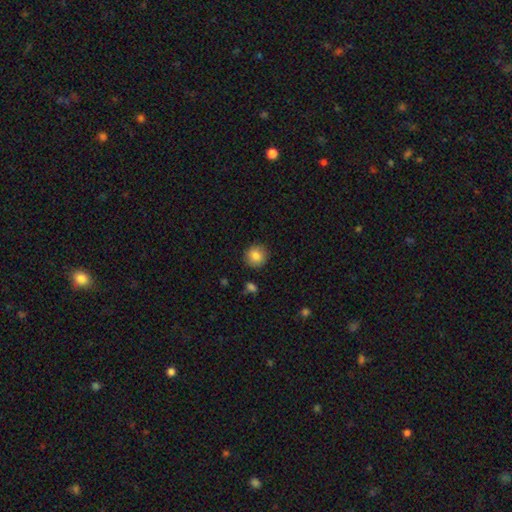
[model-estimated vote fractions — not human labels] This appears to be a smooth galaxy with no disk features (85%) that is round (92%). Merging: none (90%).